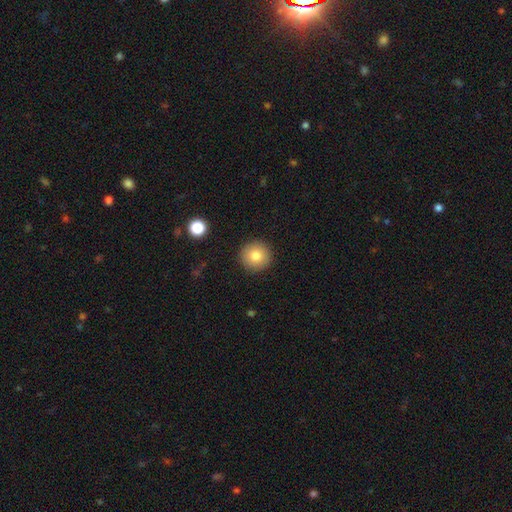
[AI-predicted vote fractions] smooth 82%, featured or disk 9%, star or artifact 9%. Down the decision tree: how rounded — round (95%); merging — none (92%).